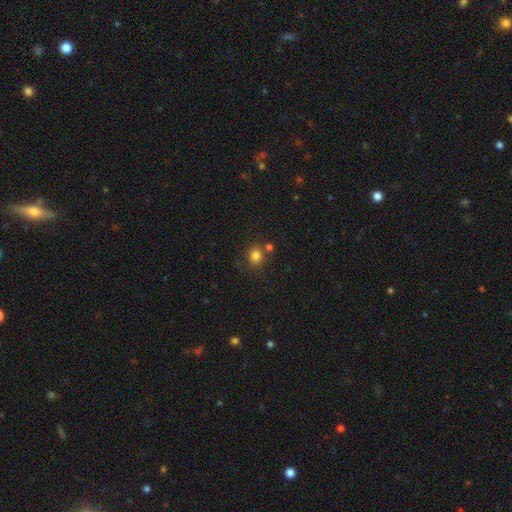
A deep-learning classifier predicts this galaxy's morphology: This is clearly a smooth galaxy (81%). How rounded: clearly round (82%). Merging: likely none (72%).